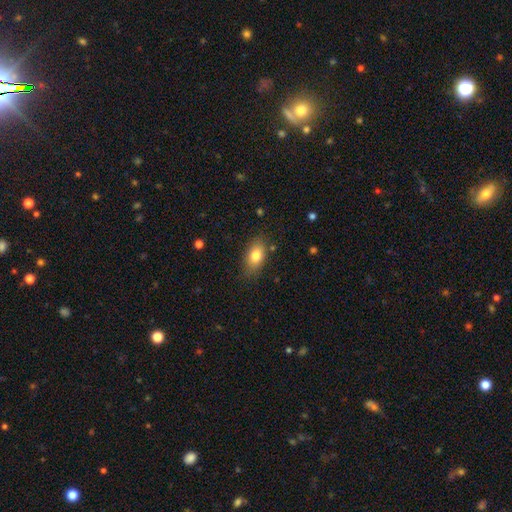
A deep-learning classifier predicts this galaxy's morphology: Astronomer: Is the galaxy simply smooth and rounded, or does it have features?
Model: smooth — 80%.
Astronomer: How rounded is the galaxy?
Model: in between — 85%.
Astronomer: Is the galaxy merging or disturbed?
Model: none — 80%.